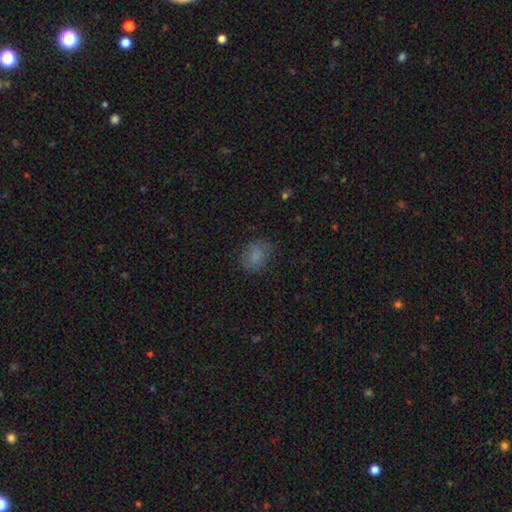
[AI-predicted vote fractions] Q: Smooth or featured?
A: smooth (79%); runner-up: star or artifact (13%)
Q: How rounded?
A: in between (54%); runner-up: round (45%)
Q: Merging?
A: none (72%); runner-up: minor disturbance (20%)